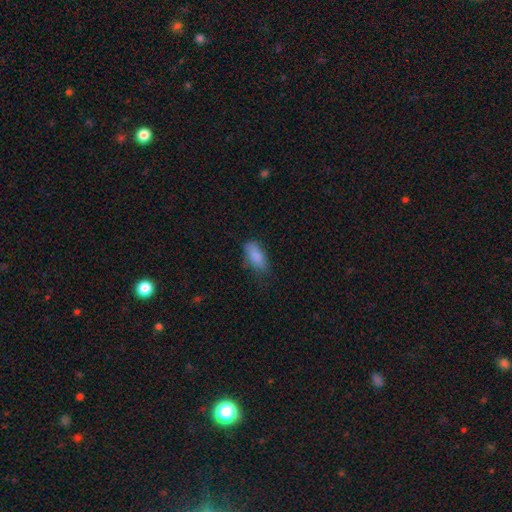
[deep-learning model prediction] A smooth galaxy with no disk features (85%) that is in between round and cigar-shaped (87%). Merging: none (63%).